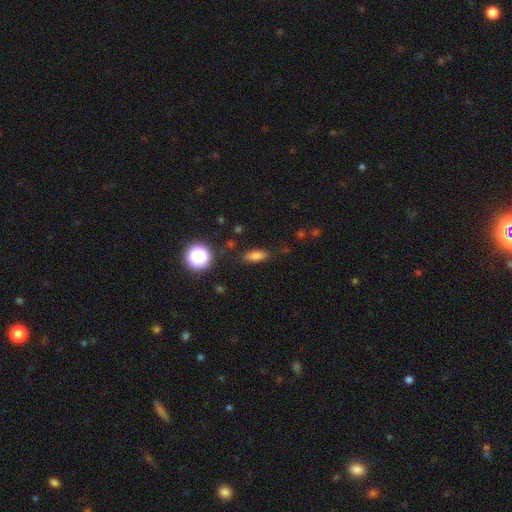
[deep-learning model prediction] Smooth or featured? Predicted: smooth (p=0.78). How rounded? Predicted: in between (p=0.69). Merging? Predicted: none (p=0.84).